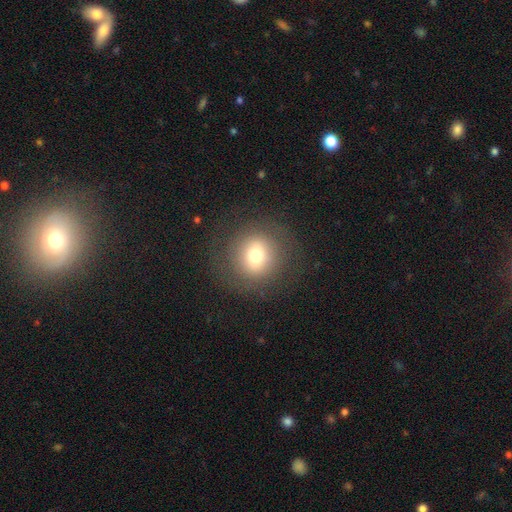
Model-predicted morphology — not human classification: Smooth or featured?
  - smooth: 69% *
  - featured or disk: 18%
  - star or artifact: 13%
How rounded?
  - round: 92% *
  - in between: 7%
  - cigar-shaped: 1%
Merging?
  - none: 83% *
  - minor disturbance: 9%
  - major disturbance: 7%
  - merger: 1%